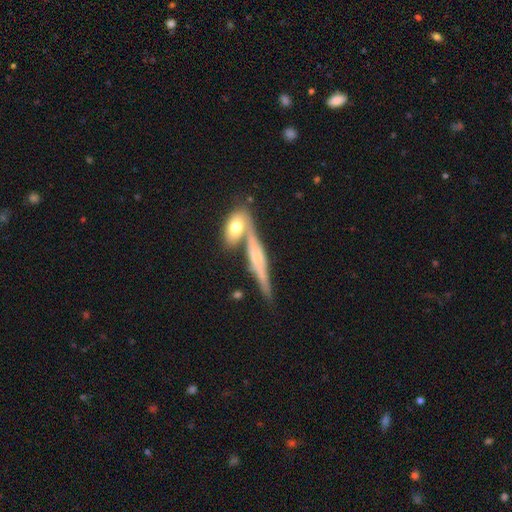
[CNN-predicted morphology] Smooth or featured? Predicted: featured or disk (p=0.56). Edge-on disk? Predicted: yes (p=0.82). Merging? Predicted: none (p=0.48).